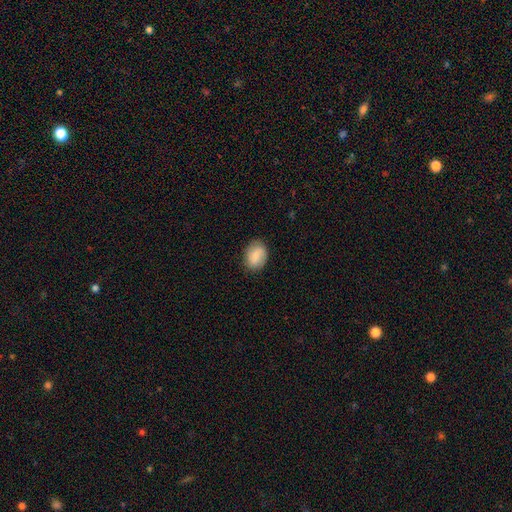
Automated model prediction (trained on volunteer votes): Smooth or featured? smooth (79%)
How rounded? in between (69%)
Merging? none (80%)